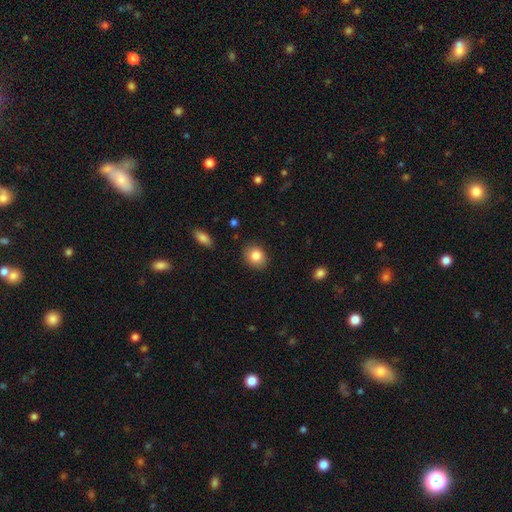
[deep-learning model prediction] smooth-or-featured: smooth: 84% | star or artifact: 8% | featured or disk: 7%
  how-rounded: round: 59% | in between: 40% | cigar-shaped: 1%
  merging: none: 87% | minor disturbance: 9% | major disturbance: 2% | merger: 1%